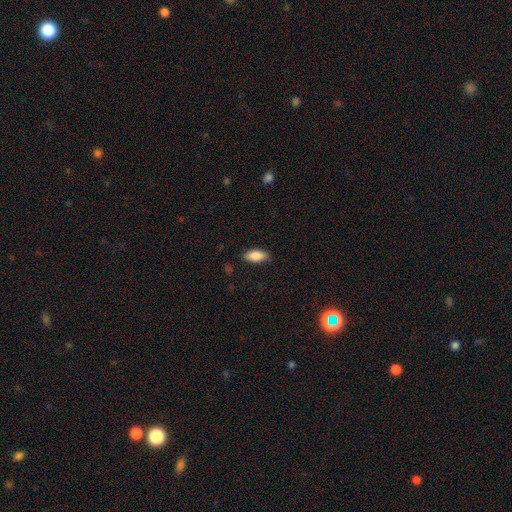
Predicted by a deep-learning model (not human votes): Smooth or featured: smooth — 86% (featured or disk — 7%)
How rounded: in between — 87% (cigar-shaped — 11%)
Merging: none — 84% (minor disturbance — 13%)